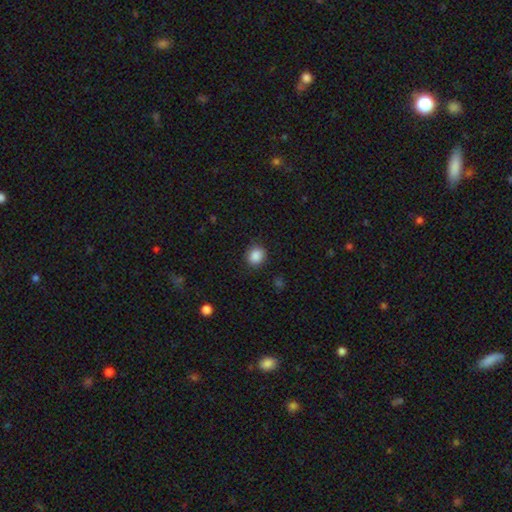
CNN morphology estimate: smooth_or_featured: smooth (p=0.88) [alt: star or artifact p=0.09]
how_rounded: round (p=0.76) [alt: in between p=0.23]
merging: none (p=0.88) [alt: minor disturbance p=0.08]